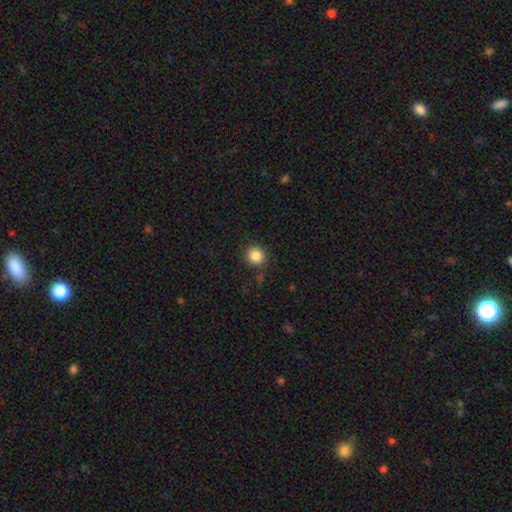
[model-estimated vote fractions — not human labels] This is clearly a smooth galaxy (85%). How rounded: clearly round (90%). Merging: clearly none (86%).